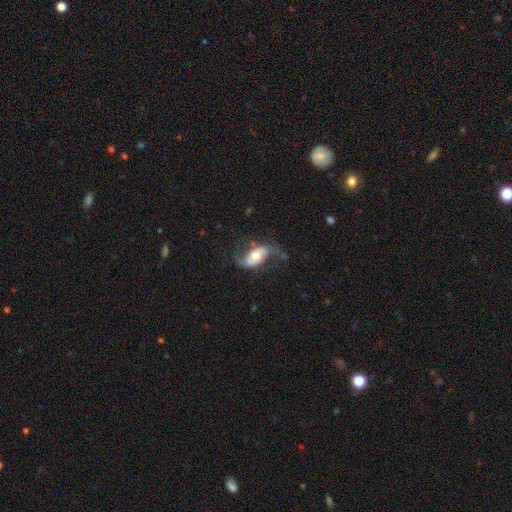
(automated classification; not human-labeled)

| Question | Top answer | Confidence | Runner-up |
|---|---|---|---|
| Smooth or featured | featured or disk | 70% | smooth (23%) |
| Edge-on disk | no | 94% | yes (6%) |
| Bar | no | 49% | weak (31%) |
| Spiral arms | yes | 88% | no (12%) |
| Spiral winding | loose | 65% | medium (27%) |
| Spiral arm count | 2 | 89% | can't tell (4%) |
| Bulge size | moderate | 63% | small (20%) |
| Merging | none | 58% | minor disturbance (21%) |